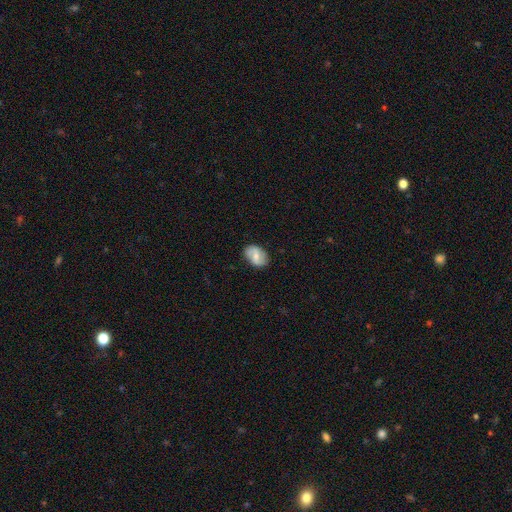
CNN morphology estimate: smooth 50%, featured or disk 42%, star or artifact 7%. Down the decision tree: how rounded — in between (81%); merging — none (80%).